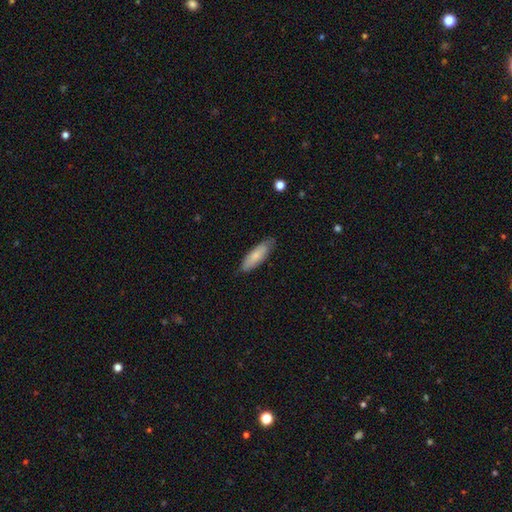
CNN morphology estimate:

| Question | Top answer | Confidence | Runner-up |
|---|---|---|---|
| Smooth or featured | smooth | 79% | featured or disk (16%) |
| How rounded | in between | 51% | cigar-shaped (48%) |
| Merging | none | 80% | minor disturbance (16%) |